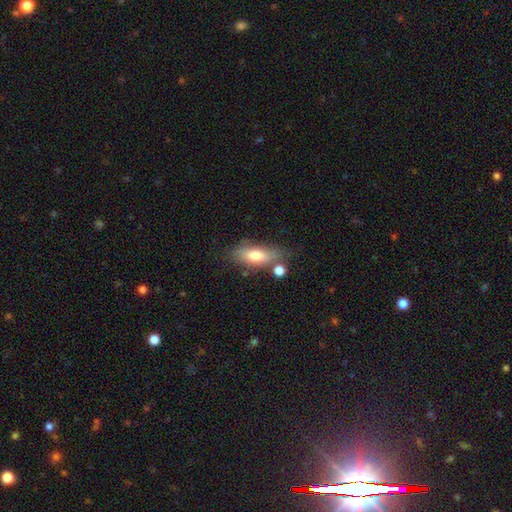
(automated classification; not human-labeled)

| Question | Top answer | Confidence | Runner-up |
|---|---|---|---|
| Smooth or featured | smooth | 69% | featured or disk (23%) |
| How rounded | in between | 73% | cigar-shaped (22%) |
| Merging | none | 59% | minor disturbance (20%) |